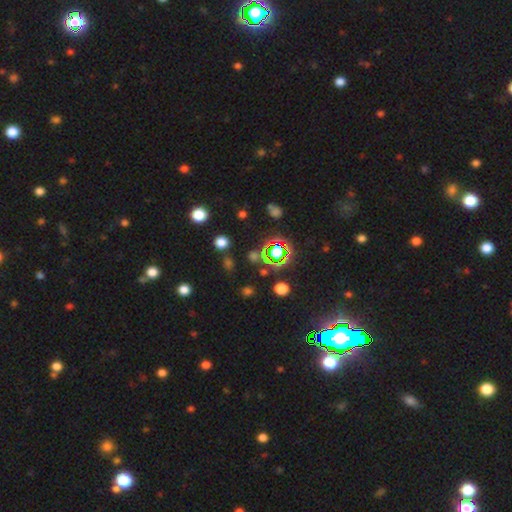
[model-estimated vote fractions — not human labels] Overall: star or artifact (68%).